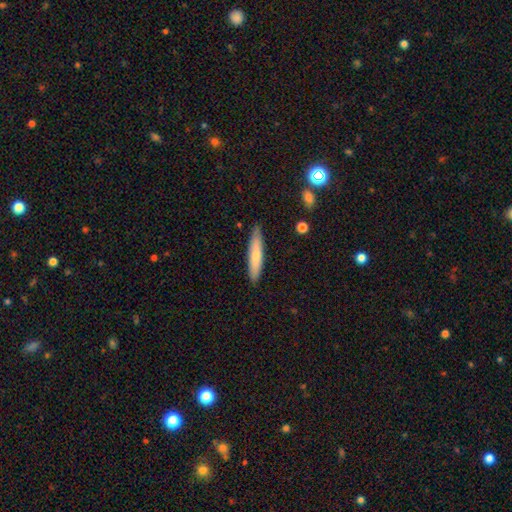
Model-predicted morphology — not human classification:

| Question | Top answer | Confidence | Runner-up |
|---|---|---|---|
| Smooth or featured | smooth | 67% | featured or disk (28%) |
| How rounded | cigar-shaped | 87% | in between (12%) |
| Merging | none | 87% | minor disturbance (10%) |